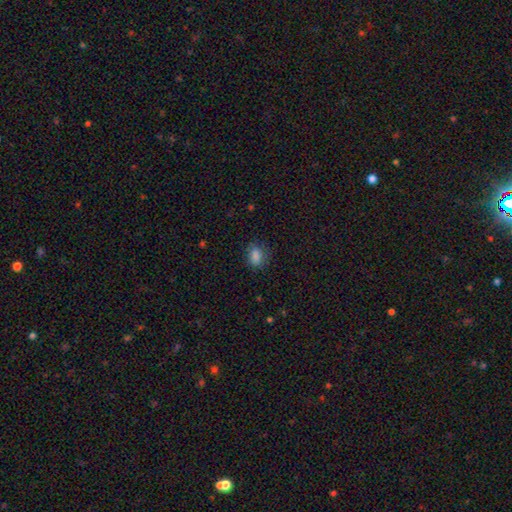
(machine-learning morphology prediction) This appears to be a smooth galaxy with no disk features (83%) that is in between round and cigar-shaped (74%). Merging: none (77%).